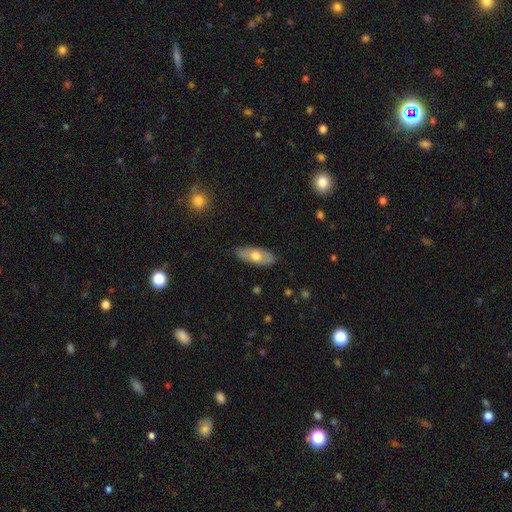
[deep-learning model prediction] The model was most divided on "smooth or featured": smooth: 57%, featured or disk: 38%, star or artifact: 6%. More confident: how rounded — in between (85%); merging — none (83%).